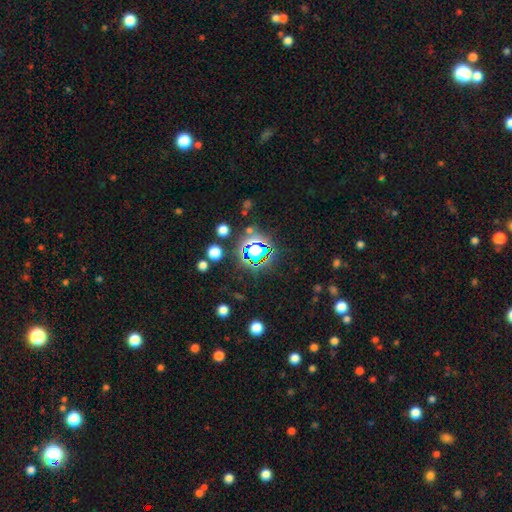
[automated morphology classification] This is likely a star or artifact rather than a galaxy (79%).